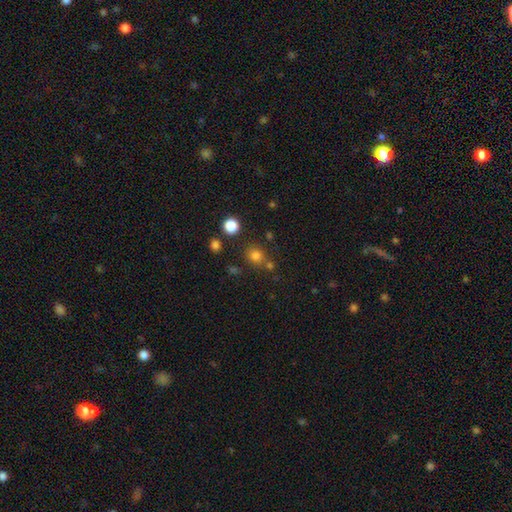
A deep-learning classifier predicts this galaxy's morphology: This is likely a smooth galaxy (77%). How rounded: clearly round (82%). Merging: likely none (72%).